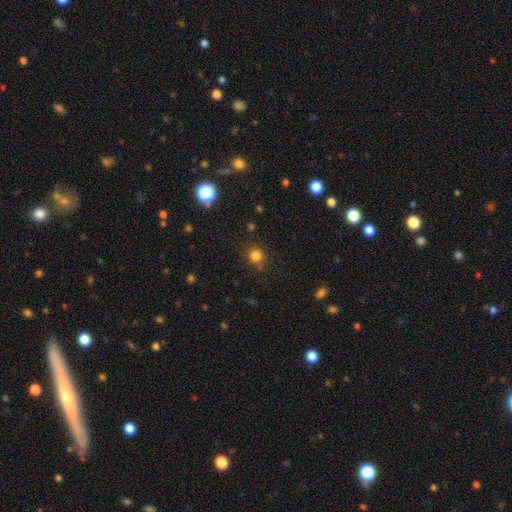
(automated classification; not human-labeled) This is clearly a smooth galaxy (81%). How rounded: clearly round (88%). Merging: clearly none (82%).